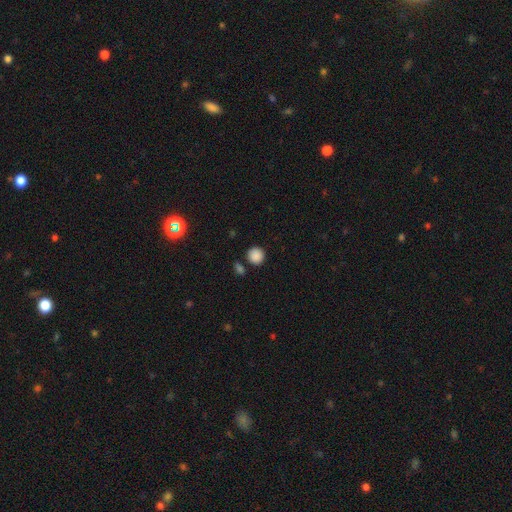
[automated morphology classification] Overall: smooth (87%). How rounded: round (92%). Merging: none (82%).